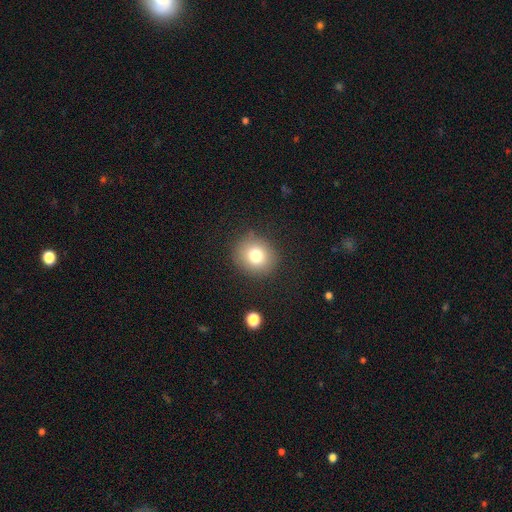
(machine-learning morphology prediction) This appears to be a smooth galaxy with no disk features (78%) that is round (85%). Merging: none (87%).